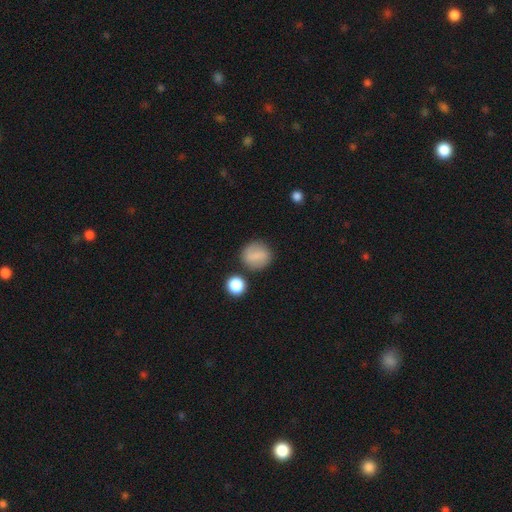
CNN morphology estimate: Smooth or featured? Predicted: smooth (p=0.74). How rounded? Predicted: round (p=0.84). Merging? Predicted: none (p=0.79).